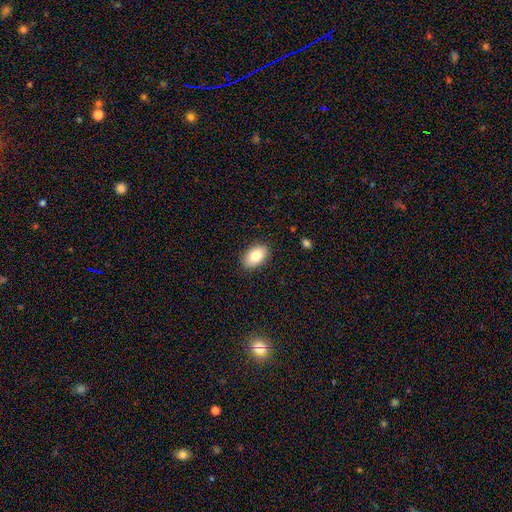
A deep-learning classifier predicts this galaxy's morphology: smooth 83%, featured or disk 10%, star or artifact 7%. Down the decision tree: how rounded — in between (91%); merging — none (88%).